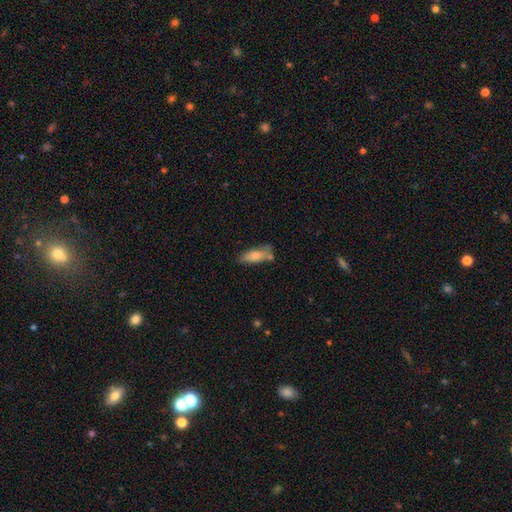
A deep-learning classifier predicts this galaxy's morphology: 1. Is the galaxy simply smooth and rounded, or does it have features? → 72% smooth, 21% featured or disk, 7% star or artifact.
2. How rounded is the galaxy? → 67% in between, 31% cigar-shaped, 2% round.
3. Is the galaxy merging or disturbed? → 56% none, 24% minor disturbance, 14% merger, 6% major disturbance.